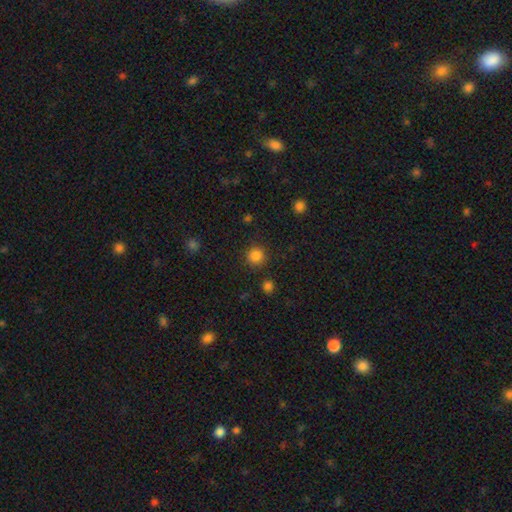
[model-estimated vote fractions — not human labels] Overall: smooth (85%). How rounded: round (94%). Merging: none (89%).